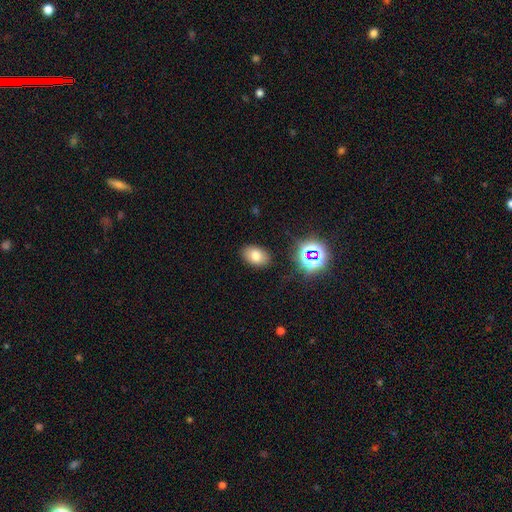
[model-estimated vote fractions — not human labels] A smooth galaxy with no disk features (74%) that is in between round and cigar-shaped (84%).

Vote fractions:
- Smooth or featured? smooth: 74% / star or artifact: 15% / featured or disk: 11%
- How rounded? in between: 84% / round: 15% / cigar-shaped: 1%
- Merging? none: 86% / minor disturbance: 9% / major disturbance: 3% / merger: 2%